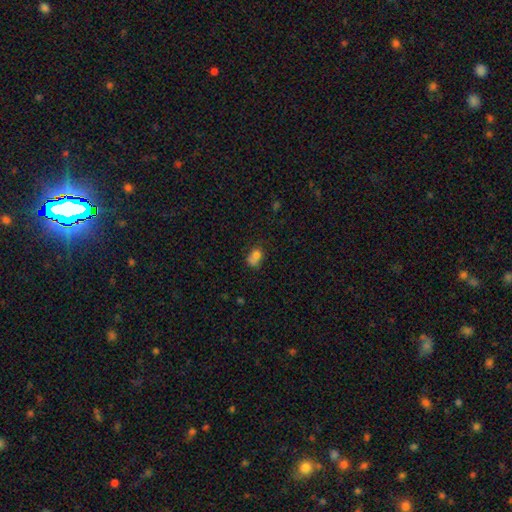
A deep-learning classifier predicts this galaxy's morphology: Smooth or featured?
  - smooth: 73% *
  - featured or disk: 14%
  - star or artifact: 12%
How rounded?
  - in between: 58% *
  - round: 41%
  - cigar-shaped: 2%
Merging?
  - merger: 38% *
  - none: 31%
  - minor disturbance: 19%
  - major disturbance: 12%